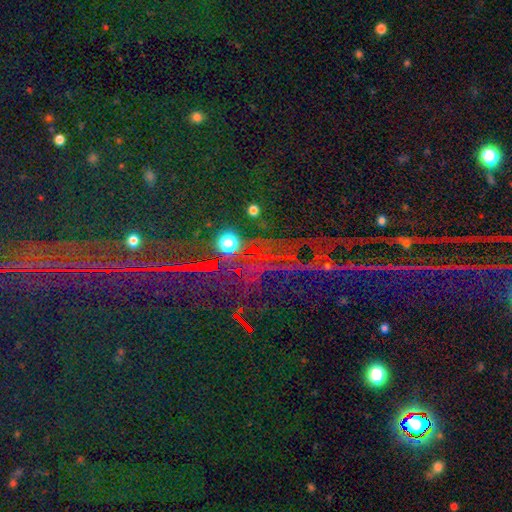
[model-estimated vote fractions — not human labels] The model was most divided on "smooth or featured": star or artifact: 83%, smooth: 9%, featured or disk: 8%.